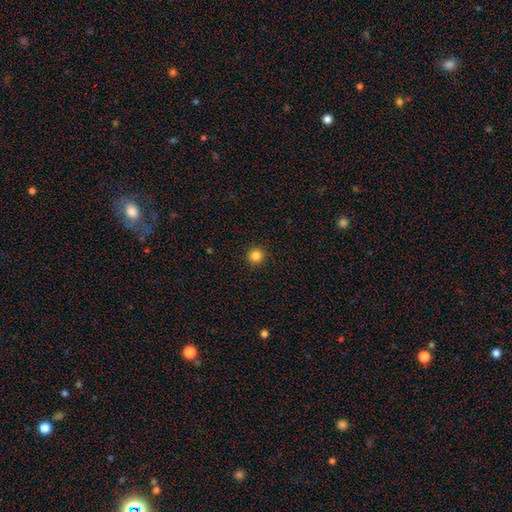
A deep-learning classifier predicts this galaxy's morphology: A smooth galaxy with no disk features (84%) that is round (95%). Merging: none (93%).